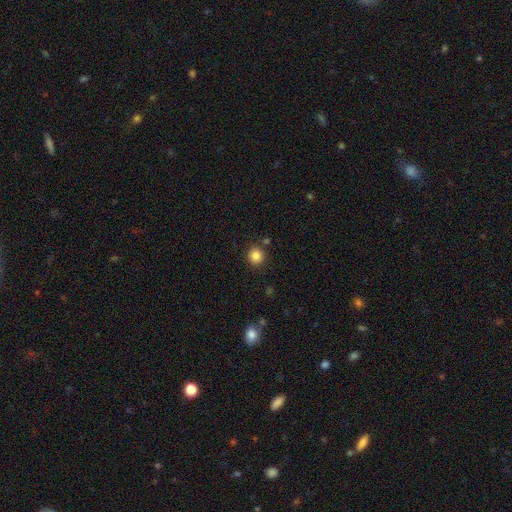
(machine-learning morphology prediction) This is clearly a smooth galaxy (86%). How rounded: clearly round (91%). Merging: clearly none (86%).